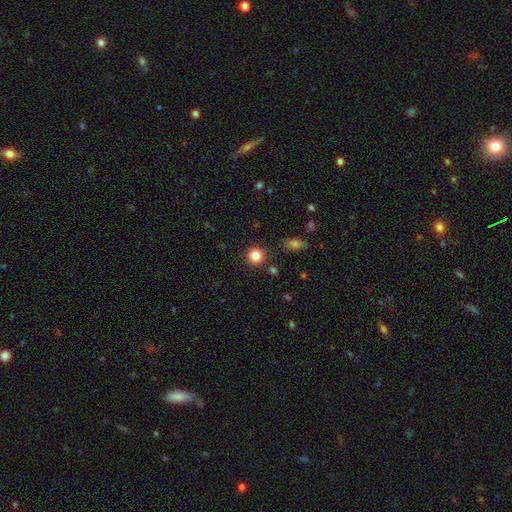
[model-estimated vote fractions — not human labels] smooth-or-featured: smooth: 84% | star or artifact: 11% | featured or disk: 5%
  how-rounded: round: 93% | in between: 6% | cigar-shaped: 1%
  merging: none: 88% | minor disturbance: 6% | merger: 3% | major disturbance: 2%